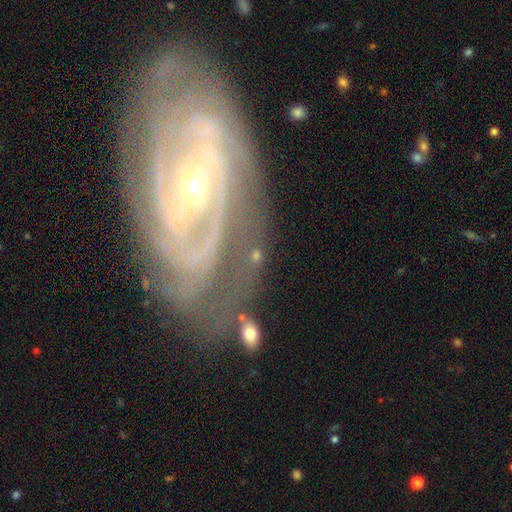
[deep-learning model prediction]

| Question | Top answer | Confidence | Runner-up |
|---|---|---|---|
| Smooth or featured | featured or disk | 73% | smooth (17%) |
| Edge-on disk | no | 91% | yes (9%) |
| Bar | no | 36% | strong (34%) |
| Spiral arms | yes | 83% | no (17%) |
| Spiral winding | tight | 67% | medium (25%) |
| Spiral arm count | can't tell | 31% | 2 (30%) |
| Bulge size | small | 48% | moderate (43%) |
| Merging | none | 64% | minor disturbance (18%) |